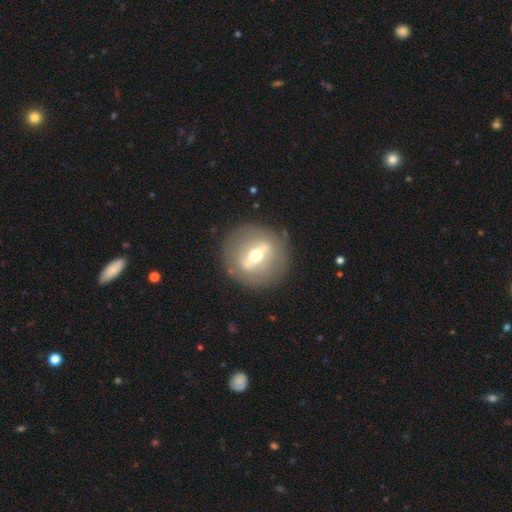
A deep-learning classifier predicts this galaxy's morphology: type=featured or disk (73%); edge-on=no (65%); merging=none (85%).